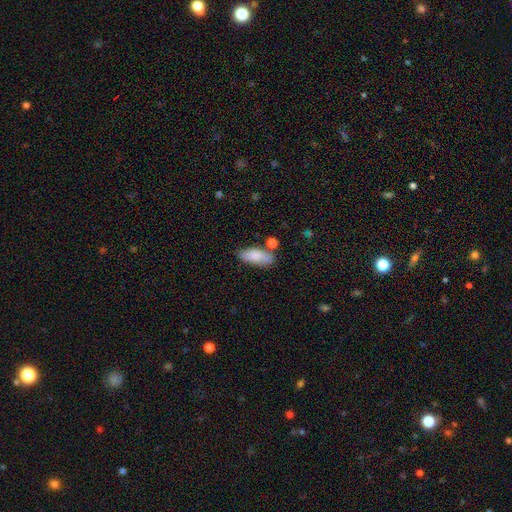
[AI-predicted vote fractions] The model was most divided on "merging": none: 62%, minor disturbance: 20%, merger: 13%, major disturbance: 5%. More confident: how rounded — in between (81%); smooth or featured — smooth (81%).